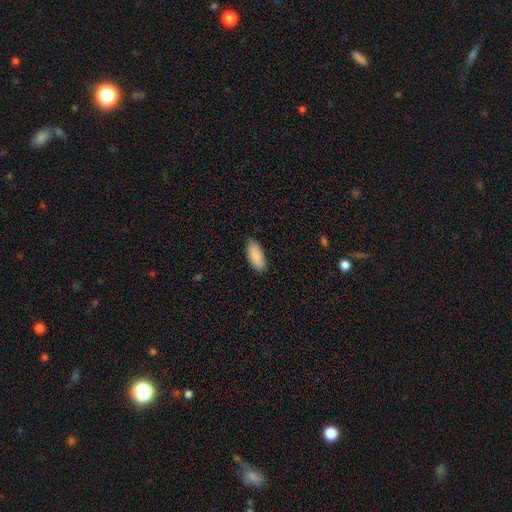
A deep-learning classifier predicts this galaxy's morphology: smooth_or_featured: smooth (p=0.90) [alt: star or artifact p=0.06]
how_rounded: in between (p=0.87) [alt: cigar-shaped p=0.12]
merging: none (p=0.87) [alt: minor disturbance p=0.10]